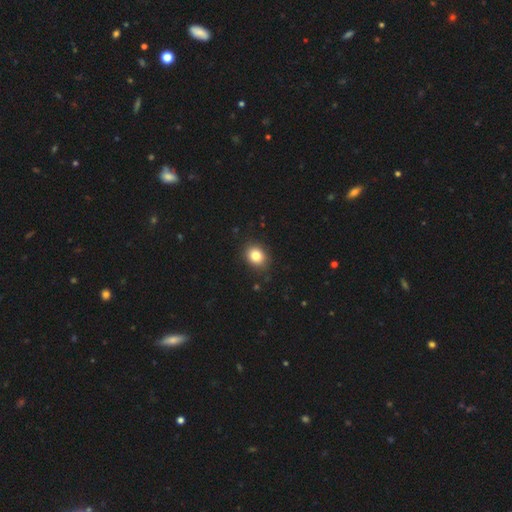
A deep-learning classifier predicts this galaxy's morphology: smooth-or-featured: smooth: 82% | star or artifact: 10% | featured or disk: 7%
  how-rounded: round: 50% | in between: 49% | cigar-shaped: 1%
  merging: none: 87% | minor disturbance: 10% | major disturbance: 2% | merger: 1%